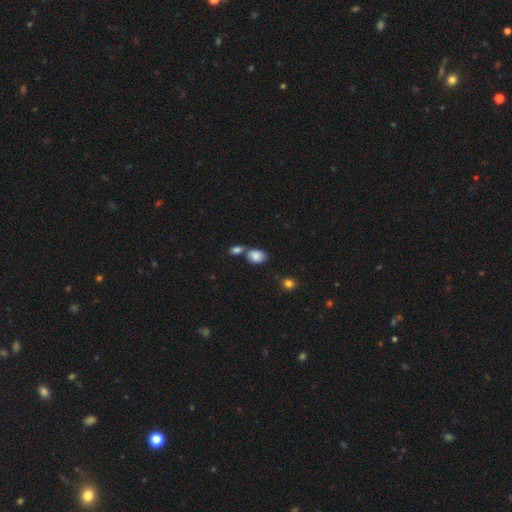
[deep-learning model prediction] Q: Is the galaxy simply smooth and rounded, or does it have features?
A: smooth — 82%.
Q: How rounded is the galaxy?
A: in between — 79%.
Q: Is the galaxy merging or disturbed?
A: none — 44%.